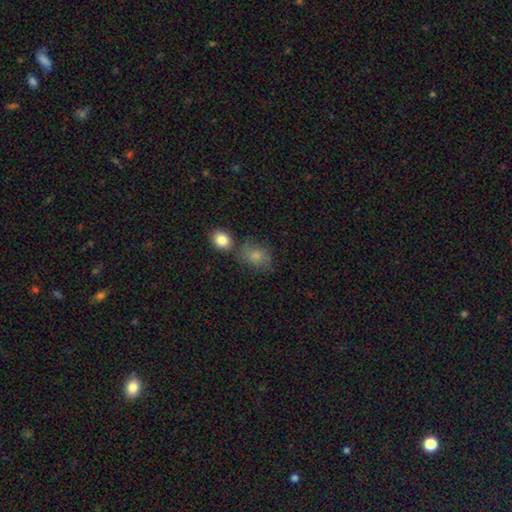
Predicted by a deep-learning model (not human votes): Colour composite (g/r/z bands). It shows a smooth galaxy with no disk features (75%) that is in between round and cigar-shaped (52%). Merging: none (53%).